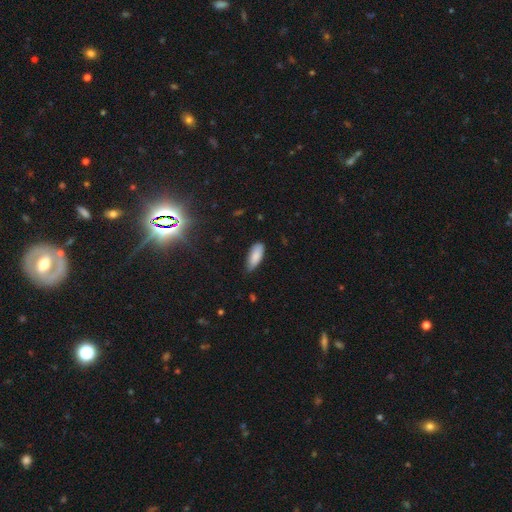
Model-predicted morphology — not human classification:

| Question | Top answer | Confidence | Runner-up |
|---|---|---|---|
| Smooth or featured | smooth | 86% | featured or disk (7%) |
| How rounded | in between | 81% | cigar-shaped (17%) |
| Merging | none | 67% | minor disturbance (28%) |